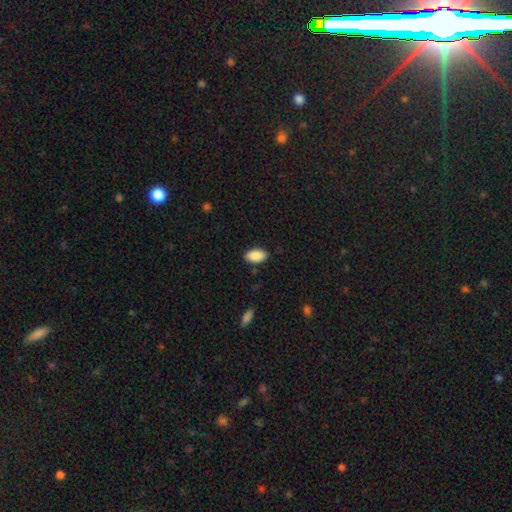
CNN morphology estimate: smooth-or-featured: smooth: 90% | star or artifact: 7% | featured or disk: 4%
  how-rounded: in between: 95% | round: 3% | cigar-shaped: 2%
  merging: none: 86% | minor disturbance: 10% | major disturbance: 2% | merger: 1%